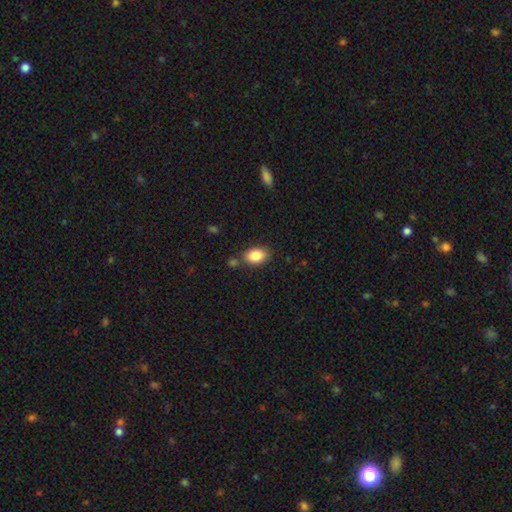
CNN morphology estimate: Smooth or featured? smooth (86%)
How rounded? in between (85%)
Merging? none (78%)